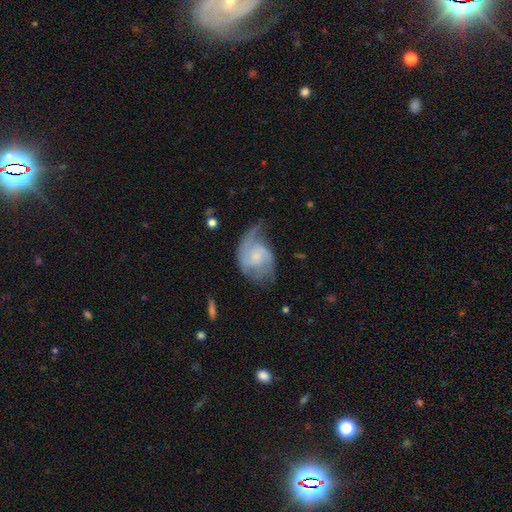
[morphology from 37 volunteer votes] Smooth or featured?
  - featured or disk: 65% *
  - smooth: 30%
  - star or artifact: 5%
Edge-on disk?
  - no: 100% *
  - yes: 0%
Bar?
  - no: 62% *
  - weak: 33%
  - strong: 4%
Spiral arms?
  - yes: 88% *
  - no: 12%
Spiral winding?
  - medium: 43% *
  - loose: 33%
  - tight: 24%
Spiral arm count?
  - 2: 71% *
  - 1: 10%
  - 3: 10%
  - can't tell: 10%
  - 4: 0%
  - more than 4: 0%
Bulge size?
  - small: 54% *
  - moderate: 21%
  - large: 12%
  - none: 12%
  - dominant: 0%
Merging?
  - minor disturbance: 37% *
  - major disturbance: 31%
  - none: 29%
  - merger: 3%